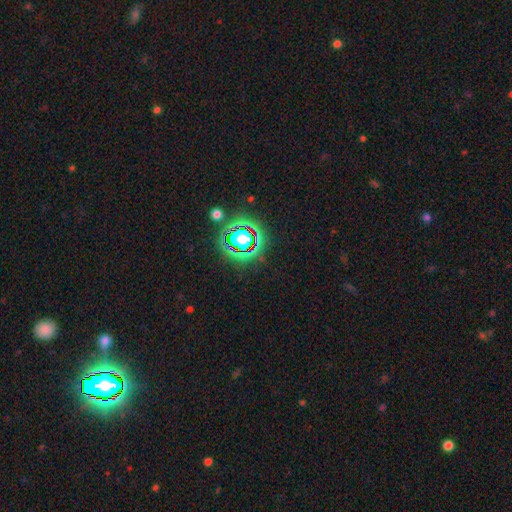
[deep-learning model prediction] Morphology: type=star or artifact (81%).